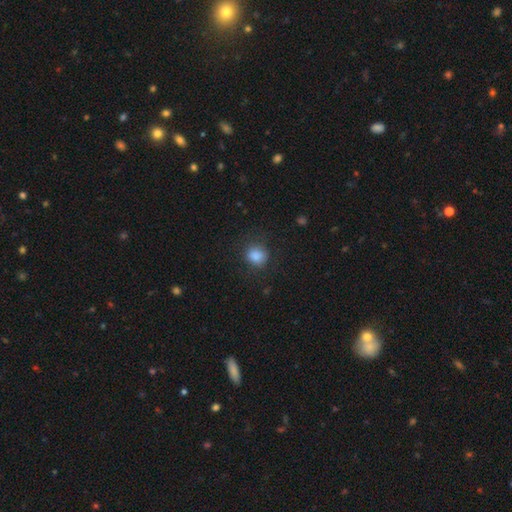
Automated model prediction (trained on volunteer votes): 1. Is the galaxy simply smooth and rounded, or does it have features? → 84% smooth, 11% star or artifact, 5% featured or disk.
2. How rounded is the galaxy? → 80% round, 19% in between, 1% cigar-shaped.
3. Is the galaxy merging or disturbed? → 78% none, 15% minor disturbance, 6% major disturbance, 1% merger.